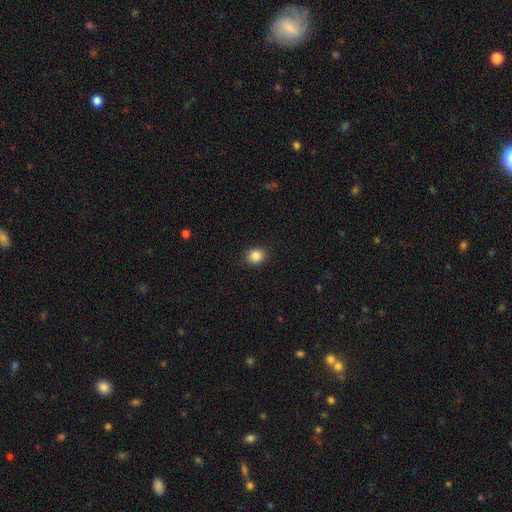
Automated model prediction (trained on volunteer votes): smooth_or_featured: smooth (p=0.86) [alt: star or artifact p=0.10]
how_rounded: round (p=0.64) [alt: in between p=0.35]
merging: none (p=0.89) [alt: minor disturbance p=0.08]